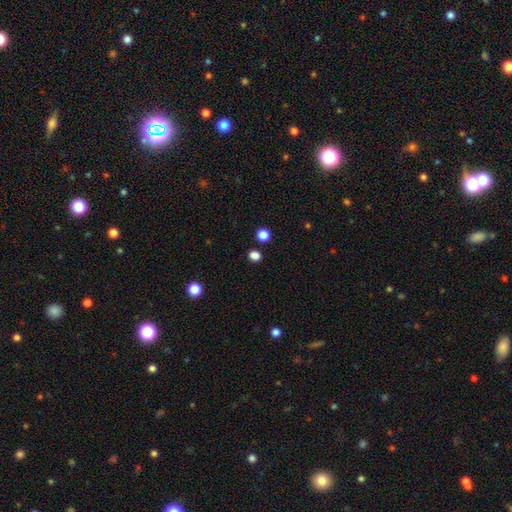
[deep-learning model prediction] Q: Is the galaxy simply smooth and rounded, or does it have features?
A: smooth — 80%.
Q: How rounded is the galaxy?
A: round — 71%.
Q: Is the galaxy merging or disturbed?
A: none — 87%.